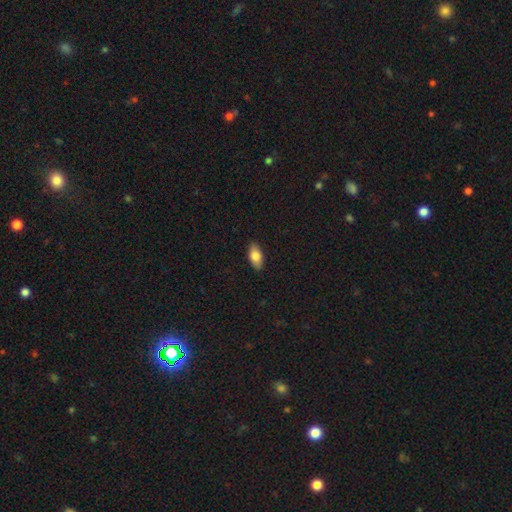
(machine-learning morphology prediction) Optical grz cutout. It shows a smooth galaxy with no disk features (80%) that is in between round and cigar-shaped (90%). Merging: none (89%).